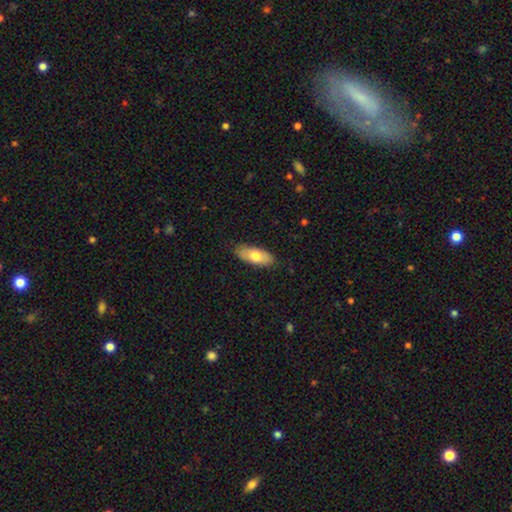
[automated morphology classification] Overall: smooth (71%). How rounded: in between (81%). Merging: none (85%).